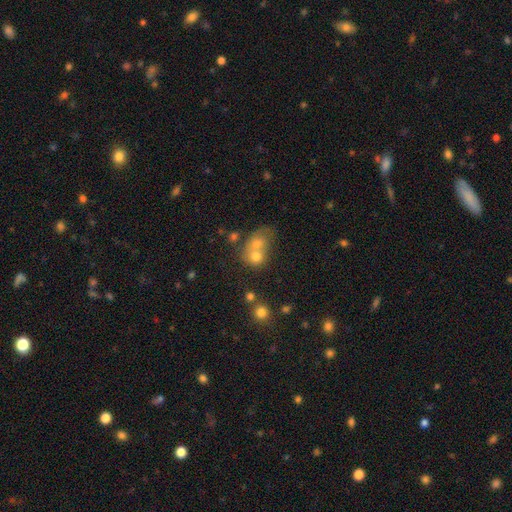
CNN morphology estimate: Smooth or featured: smooth — 56% (star or artifact — 23%)
How rounded: round — 66% (in between — 32%)
Merging: merger — 57% (none — 31%)